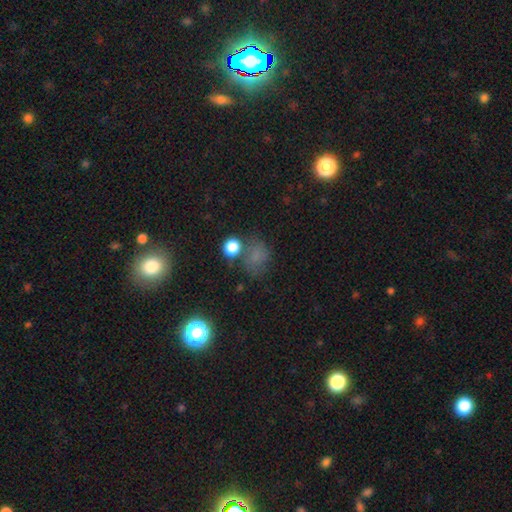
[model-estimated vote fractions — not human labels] A smooth galaxy with no disk features (62%) that is round (64%).

Vote fractions:
- Smooth or featured? smooth: 62% / star or artifact: 27% / featured or disk: 11%
- How rounded? round: 64% / in between: 35% / cigar-shaped: 1%
- Merging? none: 58% / minor disturbance: 20% / major disturbance: 13% / merger: 9%